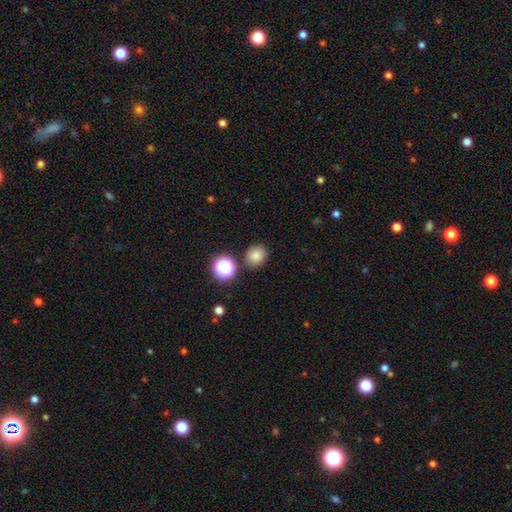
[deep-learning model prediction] This appears to be a smooth galaxy with no disk features (78%) that is round (81%). Merging: none (85%).